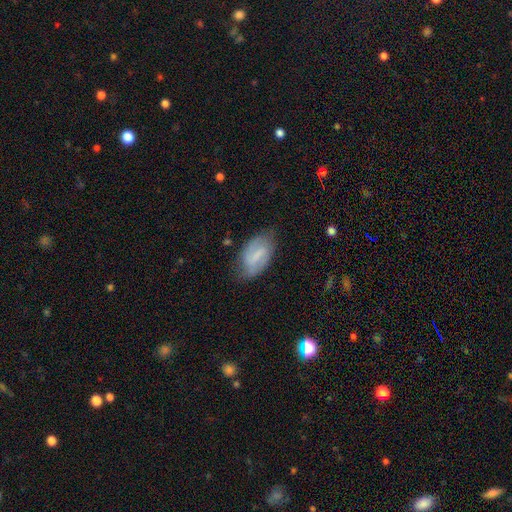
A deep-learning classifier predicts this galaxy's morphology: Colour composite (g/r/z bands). It shows a featured or disk galaxy (58%) with a weak bar (47%), spiral arms (81%) and a small central bulge (41%). Merging: none (70%).